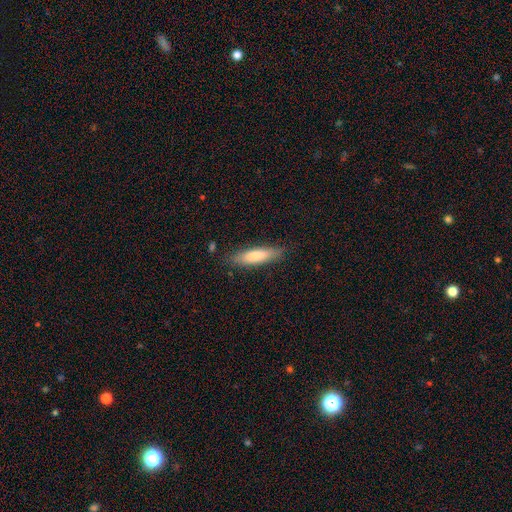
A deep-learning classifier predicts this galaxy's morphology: Q: Smooth or featured?
A: smooth (77%); runner-up: featured or disk (18%)
Q: How rounded?
A: cigar-shaped (69%); runner-up: in between (29%)
Q: Merging?
A: none (83%); runner-up: minor disturbance (13%)